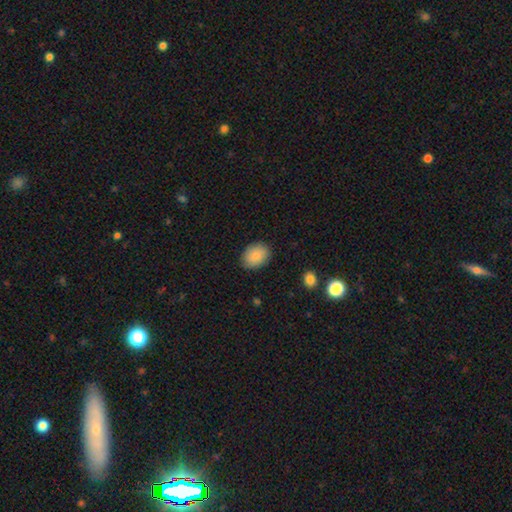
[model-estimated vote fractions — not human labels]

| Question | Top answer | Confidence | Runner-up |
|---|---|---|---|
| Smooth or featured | smooth | 88% | star or artifact (7%) |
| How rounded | in between | 67% | round (33%) |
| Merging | none | 85% | minor disturbance (11%) |